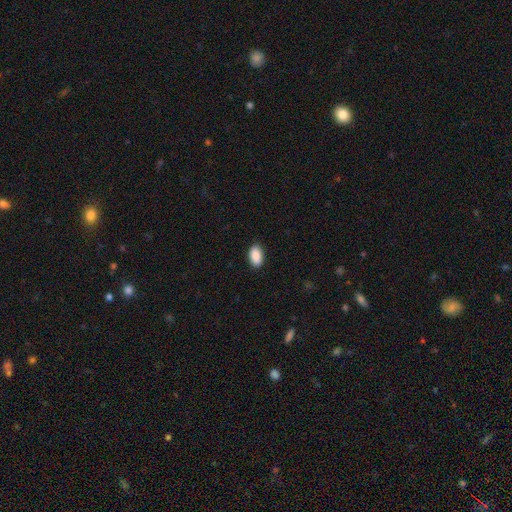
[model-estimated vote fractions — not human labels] This is clearly a smooth galaxy (90%). How rounded: clearly in between (94%). Merging: clearly none (87%).